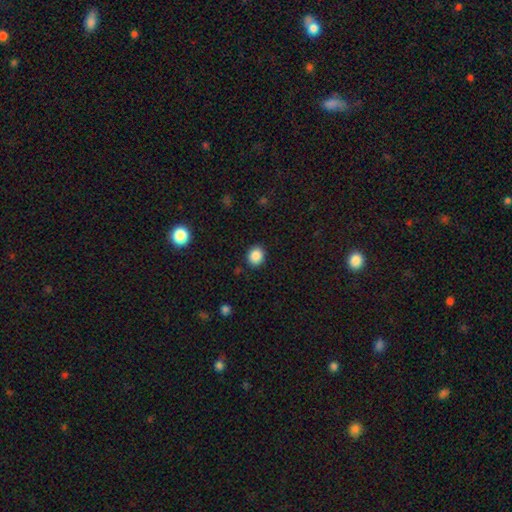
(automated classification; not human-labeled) Q: Smooth or featured?
A: smooth (87%); runner-up: star or artifact (9%)
Q: How rounded?
A: round (72%); runner-up: in between (27%)
Q: Merging?
A: none (90%); runner-up: minor disturbance (7%)